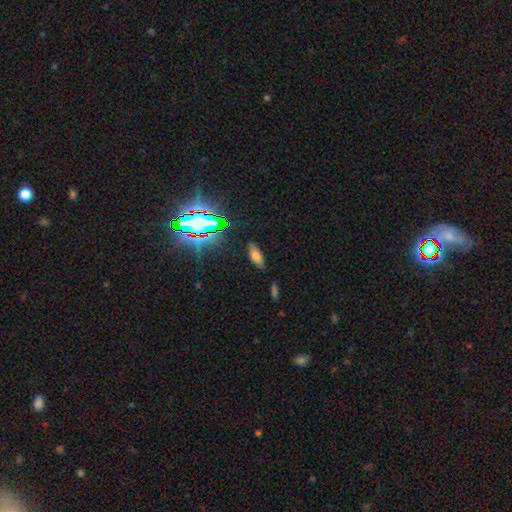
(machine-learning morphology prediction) Smooth or featured? Predicted: smooth (p=0.68). How rounded? Predicted: in between (p=0.79). Merging? Predicted: none (p=0.78).